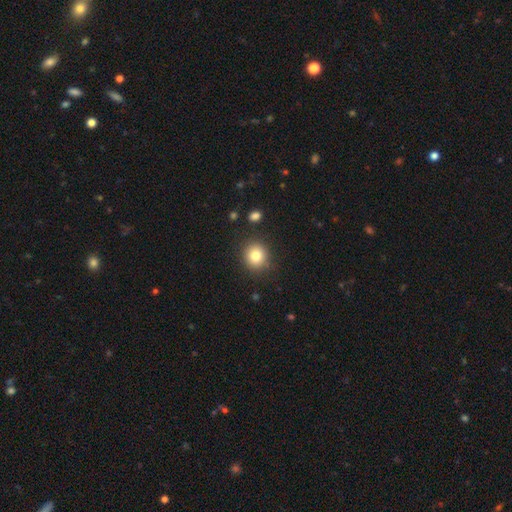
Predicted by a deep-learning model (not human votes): smooth-or-featured: smooth: 82% | star or artifact: 11% | featured or disk: 7%
  how-rounded: round: 85% | in between: 14% | cigar-shaped: 1%
  merging: none: 87% | minor disturbance: 9% | major disturbance: 3% | merger: 2%